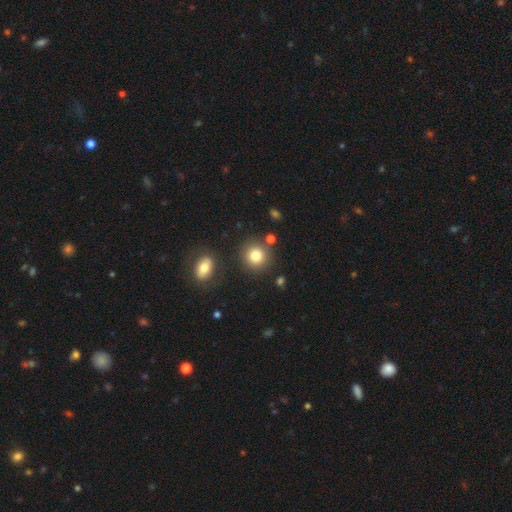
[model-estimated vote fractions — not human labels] Smooth or featured? smooth (81%)
How rounded? round (90%)
Merging? none (83%)